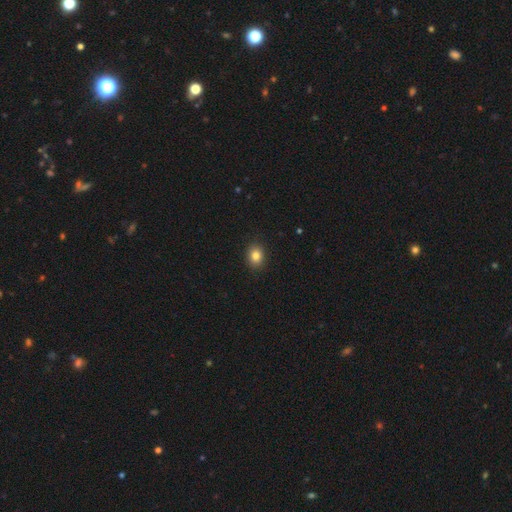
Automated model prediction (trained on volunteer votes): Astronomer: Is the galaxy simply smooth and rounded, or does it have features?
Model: smooth — 83%.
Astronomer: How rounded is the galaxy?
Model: round — 53% (runner-up: in between, 47%).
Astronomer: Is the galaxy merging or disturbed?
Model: none — 90%.